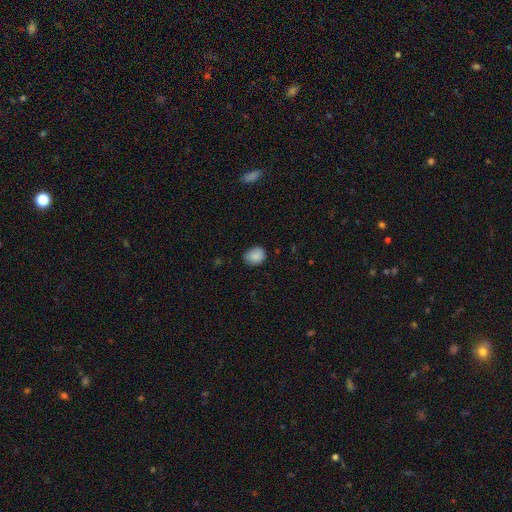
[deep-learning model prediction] smooth 87%, star or artifact 8%, featured or disk 5%. Down the decision tree: how rounded — in between (52%); merging — none (74%).